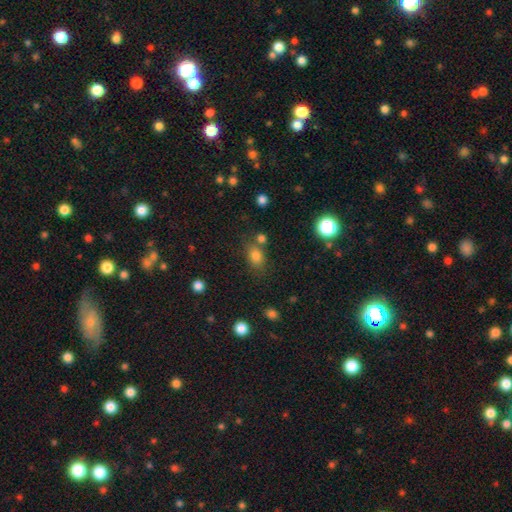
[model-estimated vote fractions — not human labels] Smooth or featured? Predicted: smooth (p=0.79). How rounded? Predicted: in between (p=0.66). Merging? Predicted: none (p=0.64).